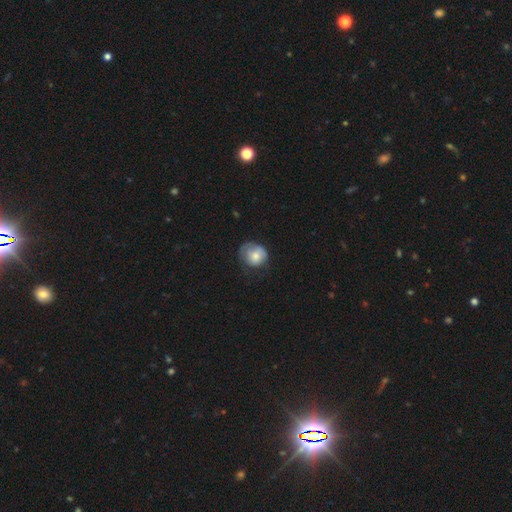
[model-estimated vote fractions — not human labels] Smooth or featured? smooth (66%)
How rounded? round (70%)
Merging? none (43%)